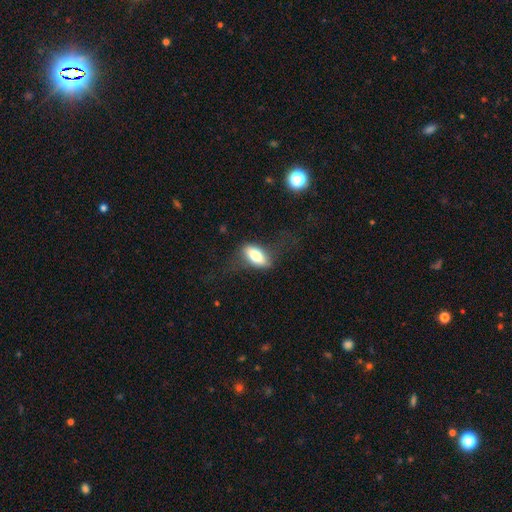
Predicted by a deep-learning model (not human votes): A smooth galaxy with no disk features (70%) that is in between round and cigar-shaped (84%).

Vote fractions:
- Smooth or featured? smooth: 70% / featured or disk: 23% / star or artifact: 7%
- How rounded? in between: 84% / cigar-shaped: 12% / round: 4%
- Merging? none: 63% / minor disturbance: 20% / major disturbance: 16% / merger: 2%